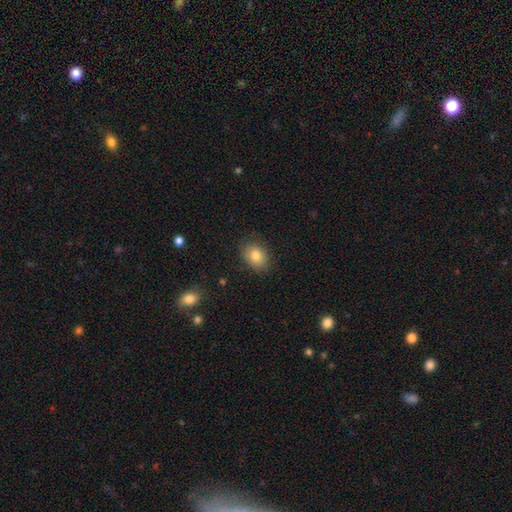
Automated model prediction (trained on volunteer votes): smooth-or-featured: smooth: 81% | featured or disk: 10% | star or artifact: 9%
  how-rounded: in between: 65% | round: 34% | cigar-shaped: 1%
  merging: none: 83% | minor disturbance: 13% | major disturbance: 3% | merger: 1%